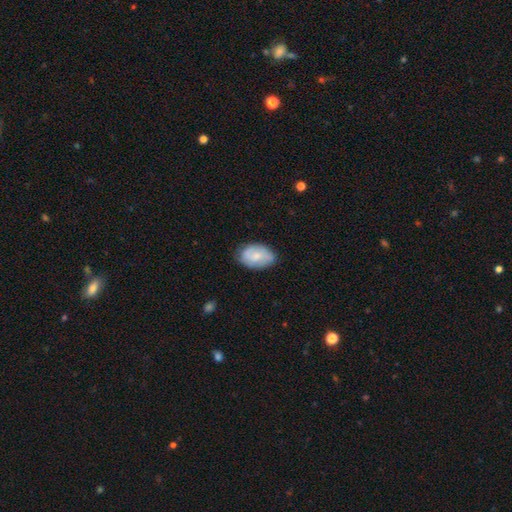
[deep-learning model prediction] This is likely a smooth galaxy (65%). How rounded: clearly in between (88%). Merging: likely none (71%).